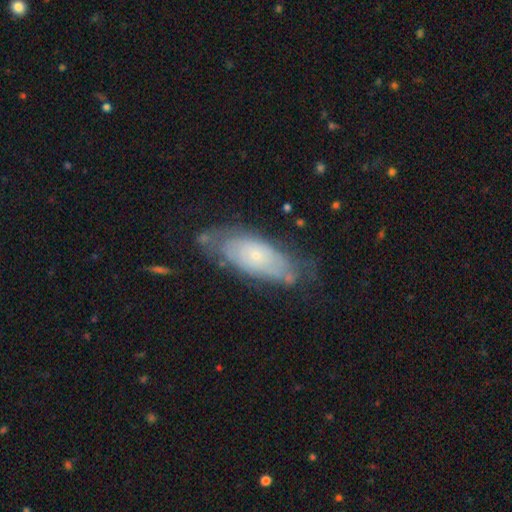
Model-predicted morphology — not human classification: This is possibly a featured or disk galaxy (59%). It is clearly not viewed edge-on (87%). Bar: clearly no (86%). Spiral arm pattern: likely yes (62%). Central bulge: likely small (78%). Merging: likely none (60%).